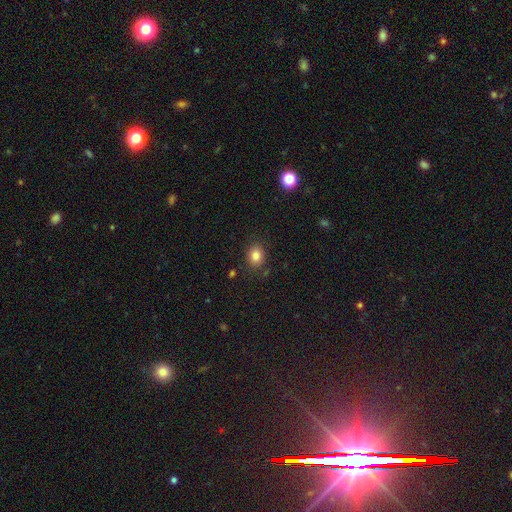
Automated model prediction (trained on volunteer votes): Smooth or featured? Predicted: smooth (p=0.82). How rounded? Predicted: round (p=0.59). Merging? Predicted: none (p=0.86).